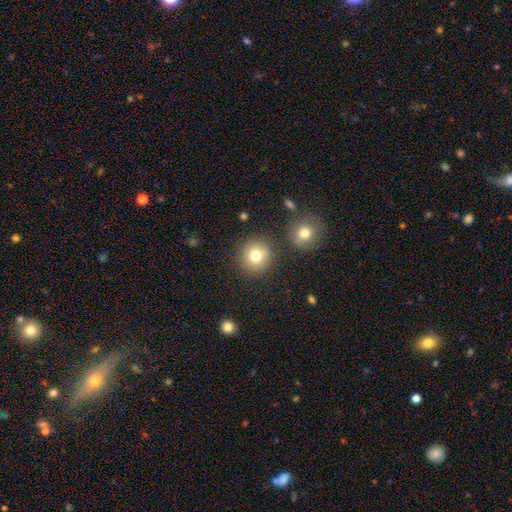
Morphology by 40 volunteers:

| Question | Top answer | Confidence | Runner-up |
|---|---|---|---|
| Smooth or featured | smooth | 85% | featured or disk (8%) |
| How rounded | round | 94% | in between (6%) |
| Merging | none | 95% | minor disturbance (3%) |